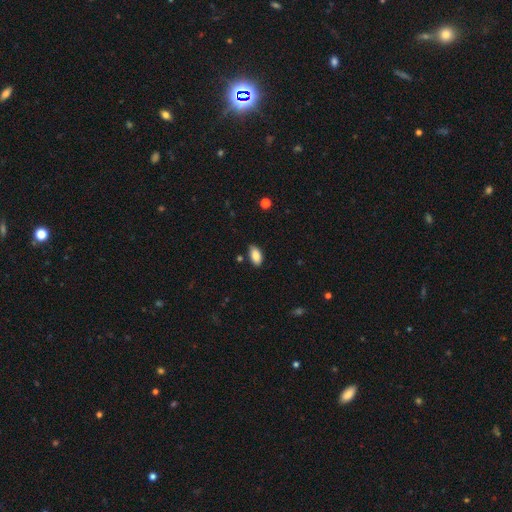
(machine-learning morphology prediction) Q: Smooth or featured?
A: smooth (88%); runner-up: star or artifact (7%)
Q: How rounded?
A: in between (93%); runner-up: round (3%)
Q: Merging?
A: none (82%); runner-up: minor disturbance (14%)